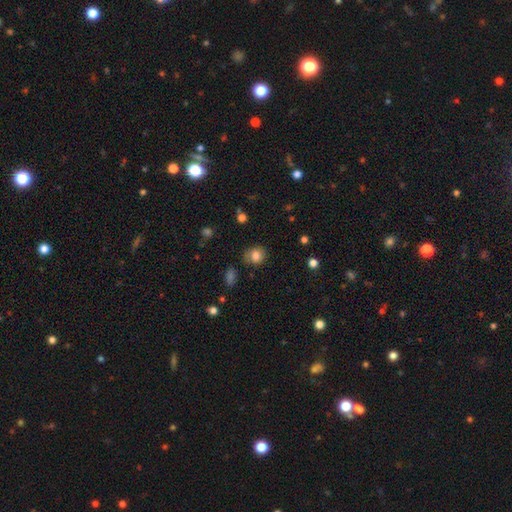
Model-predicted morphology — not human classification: Q: Smooth or featured?
A: smooth (80%); runner-up: star or artifact (11%)
Q: How rounded?
A: round (68%); runner-up: in between (31%)
Q: Merging?
A: none (74%); runner-up: minor disturbance (19%)